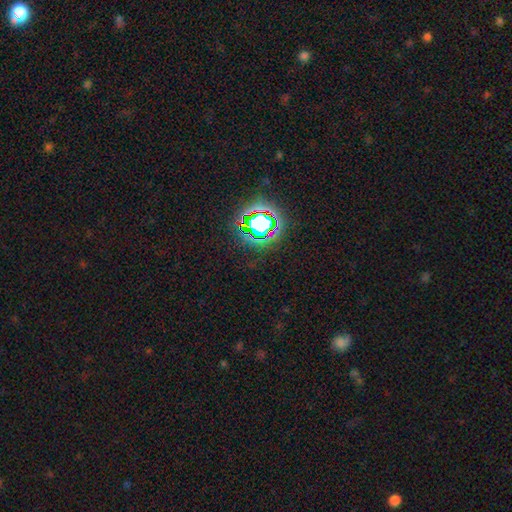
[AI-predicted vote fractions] Smooth or featured? Predicted: star or artifact (p=0.78).